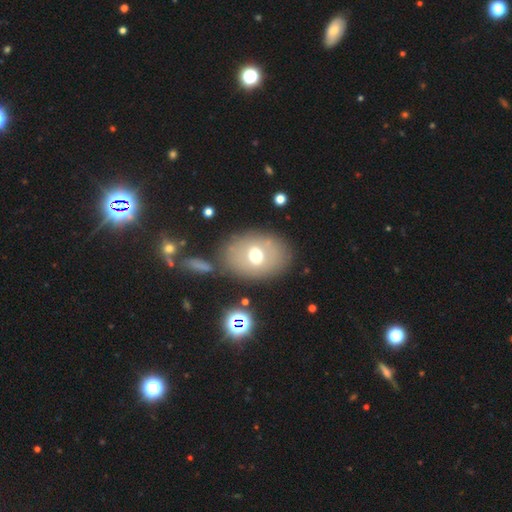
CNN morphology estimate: Smooth or featured? Predicted: smooth (p=0.61). How rounded? Predicted: in between (p=0.64). Merging? Predicted: none (p=0.73).